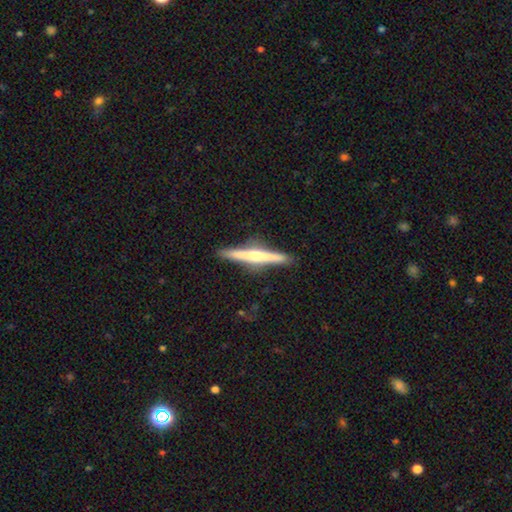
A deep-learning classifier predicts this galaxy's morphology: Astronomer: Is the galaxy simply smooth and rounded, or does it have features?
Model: featured or disk — 65%.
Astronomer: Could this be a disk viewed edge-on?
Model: yes — 98%.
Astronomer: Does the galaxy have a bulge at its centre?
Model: rounded — 75%.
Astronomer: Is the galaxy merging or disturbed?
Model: none — 90%.